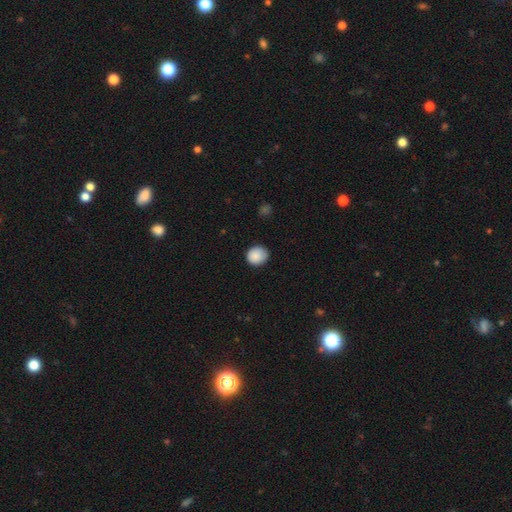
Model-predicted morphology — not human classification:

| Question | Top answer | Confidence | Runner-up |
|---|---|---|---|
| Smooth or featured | smooth | 88% | star or artifact (7%) |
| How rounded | round | 81% | in between (18%) |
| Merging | none | 82% | minor disturbance (15%) |